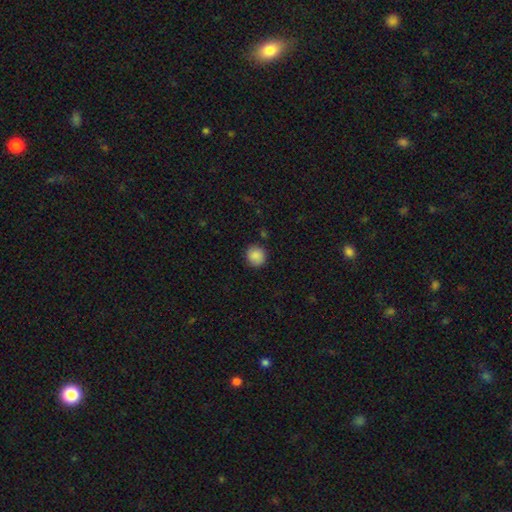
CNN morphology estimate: A smooth galaxy with no disk features (87%) that is round (90%).

Vote fractions:
- Smooth or featured? smooth: 87% / star or artifact: 8% / featured or disk: 4%
- How rounded? round: 90% / in between: 9% / cigar-shaped: 1%
- Merging? none: 88% / minor disturbance: 8% / major disturbance: 2% / merger: 1%